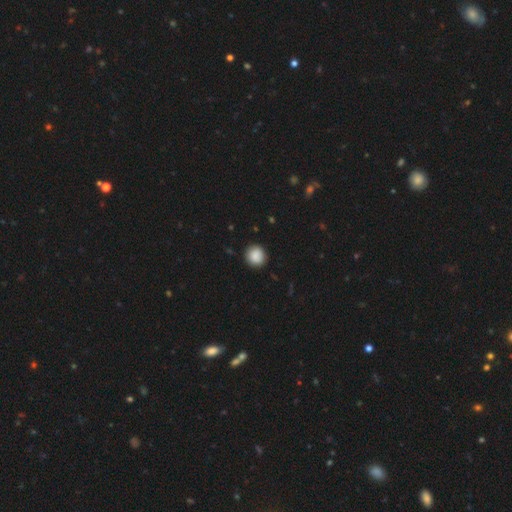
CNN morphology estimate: Smooth or featured: smooth — 89% (star or artifact — 8%)
How rounded: round — 91% (in between — 8%)
Merging: none — 90% (minor disturbance — 7%)